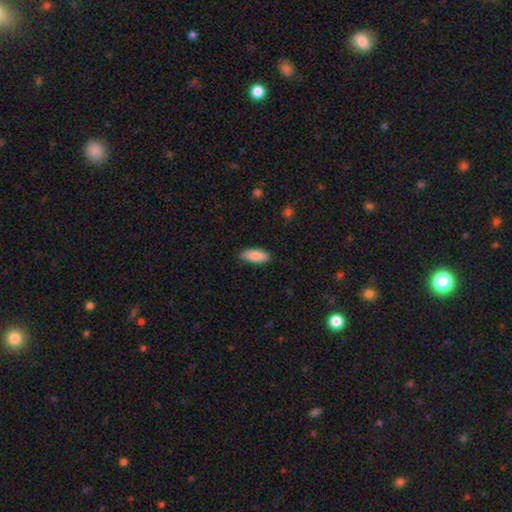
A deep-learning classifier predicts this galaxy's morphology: Overall: smooth (88%). How rounded: in between (81%). Merging: none (85%).